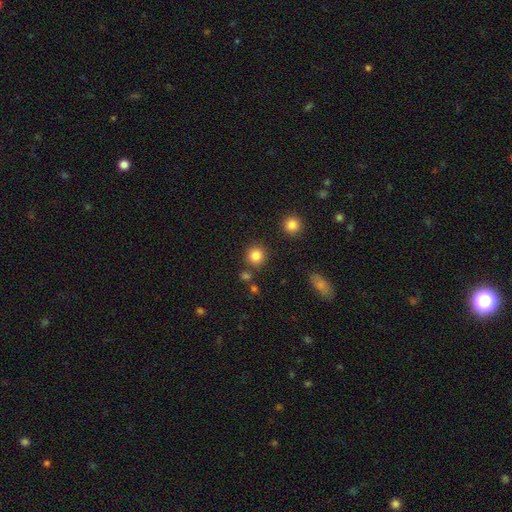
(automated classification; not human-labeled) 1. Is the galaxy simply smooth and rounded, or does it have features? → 84% smooth, 11% star or artifact, 5% featured or disk.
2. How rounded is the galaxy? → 91% round, 8% in between, 1% cigar-shaped.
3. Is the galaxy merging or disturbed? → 84% none, 7% minor disturbance, 6% merger, 3% major disturbance.